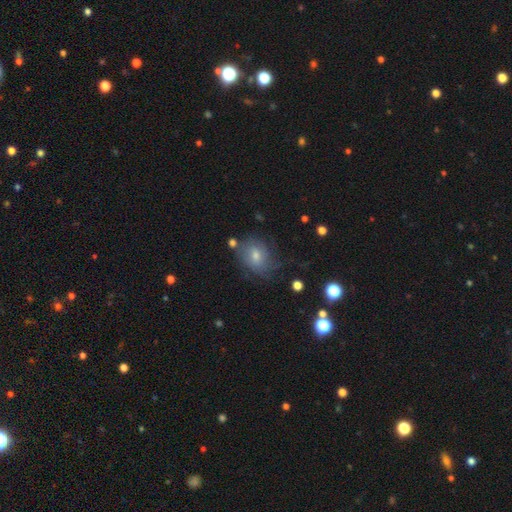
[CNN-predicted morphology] Smooth or featured?
  - smooth: 51% *
  - featured or disk: 38%
  - star or artifact: 11%
How rounded?
  - in between: 52% *
  - round: 47%
  - cigar-shaped: 1%
Merging?
  - none: 57% *
  - minor disturbance: 24%
  - major disturbance: 15%
  - merger: 4%